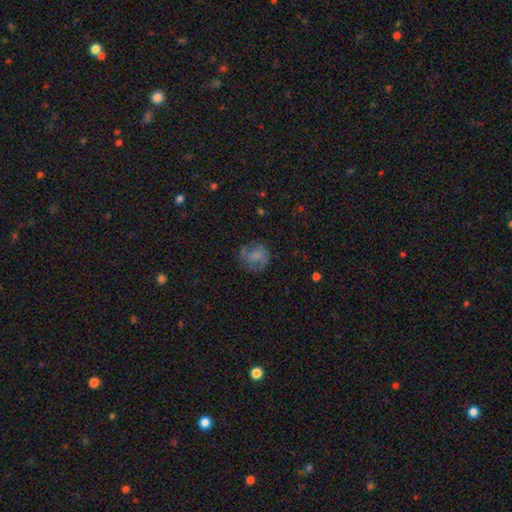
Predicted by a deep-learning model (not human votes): Smooth or featured? smooth (51%)
How rounded? round (79%)
Merging? none (69%)